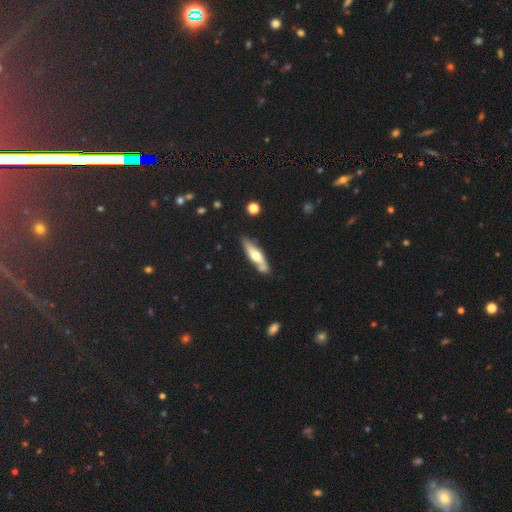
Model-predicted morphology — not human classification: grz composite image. It shows a featured or disk galaxy (49%). Merging: none (76%).